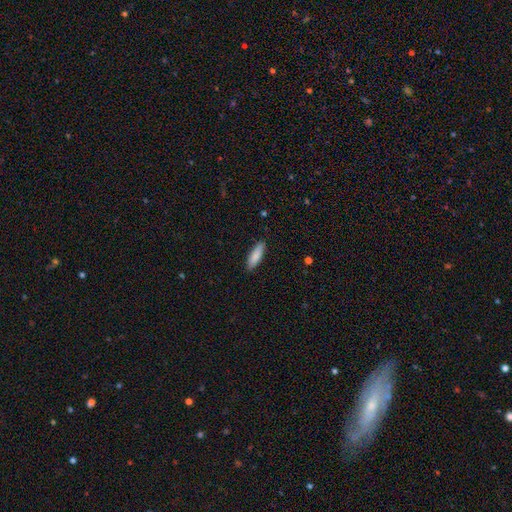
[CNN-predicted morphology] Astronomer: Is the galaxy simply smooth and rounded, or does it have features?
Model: smooth — 87%.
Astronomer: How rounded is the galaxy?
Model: cigar-shaped — 55% (runner-up: in between, 43%).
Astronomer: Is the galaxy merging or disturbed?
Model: none — 88%.